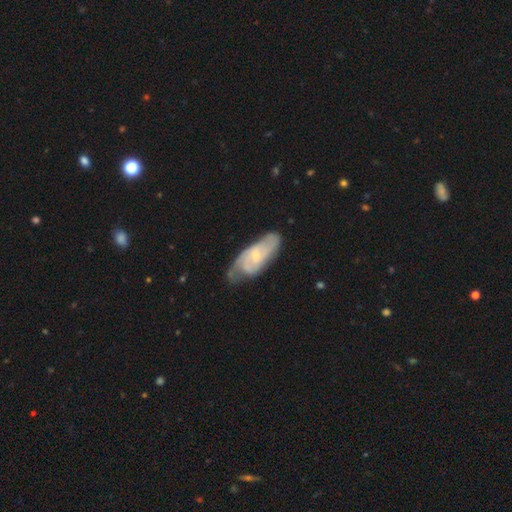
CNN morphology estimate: Smooth or featured?
  - featured or disk: 68% *
  - smooth: 26%
  - star or artifact: 6%
Edge-on disk?
  - no: 91% *
  - yes: 9%
Bar?
  - no: 45% * (tied)
  - weak: 45% * (tied)
  - strong: 10%
Spiral arms?
  - yes: 88% *
  - no: 12%
Spiral winding?
  - medium: 42% * (tied)
  - tight: 42% * (tied)
  - loose: 16%
Spiral arm count?
  - 2: 46% *
  - can't tell: 32%
  - 3: 11%
  - 1: 6%
  - 4: 3%
  - more than 4: 2%
Bulge size?
  - small: 63% *
  - moderate: 26%
  - none: 9%
  - large: 2%
  - dominant: 1%
Merging?
  - none: 52% *
  - minor disturbance: 32%
  - major disturbance: 14%
  - merger: 2%